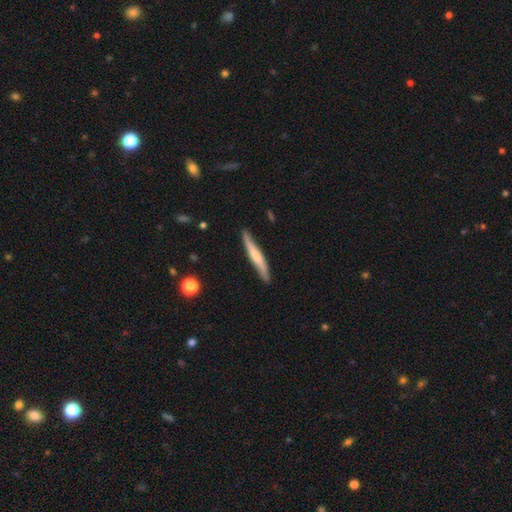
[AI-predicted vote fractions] Smooth or featured? featured or disk (49%)
Merging? none (82%)